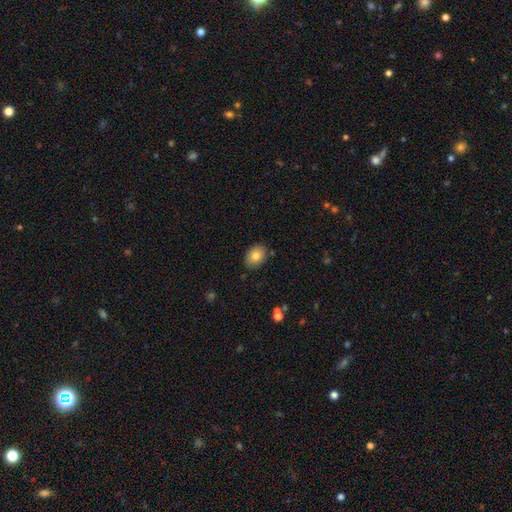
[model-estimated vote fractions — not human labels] smooth 80%, featured or disk 11%, star or artifact 8%. Down the decision tree: how rounded — in between (68%); merging — none (84%).